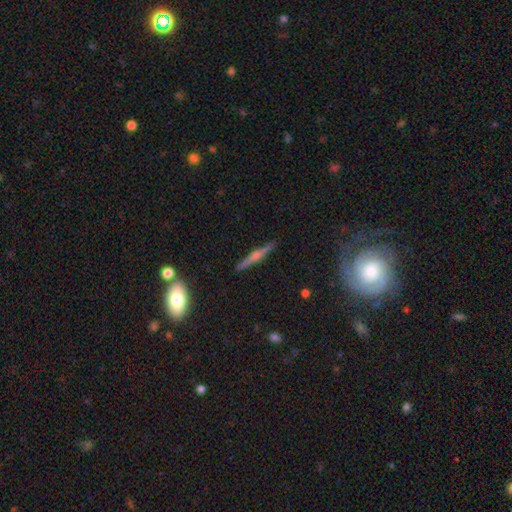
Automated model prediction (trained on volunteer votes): smooth-or-featured: featured or disk: 72% | smooth: 21% | star or artifact: 7%
  disk-edge-on: yes: 97% | no: 3%
    edge-on-bulge: rounded: 88% | none: 7% | boxy: 6%
  merging: none: 90% | minor disturbance: 7% | merger: 2% | major disturbance: 2%